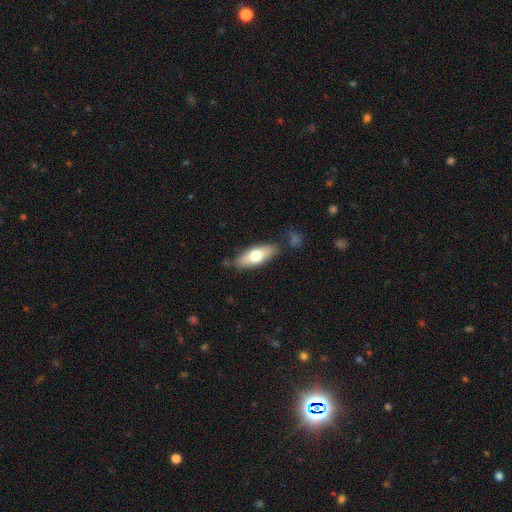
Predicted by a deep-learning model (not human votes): Overall: smooth (65%; featured or disk 29%). How rounded: in between (71%). Merging: none (76%).